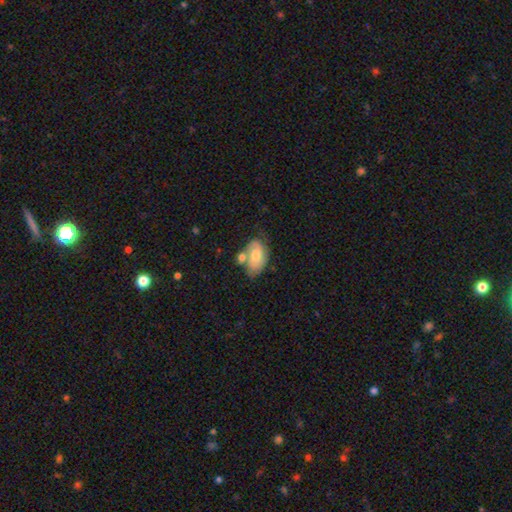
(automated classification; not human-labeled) This appears to be a smooth galaxy with no disk features (49%). Merging: none (44%).